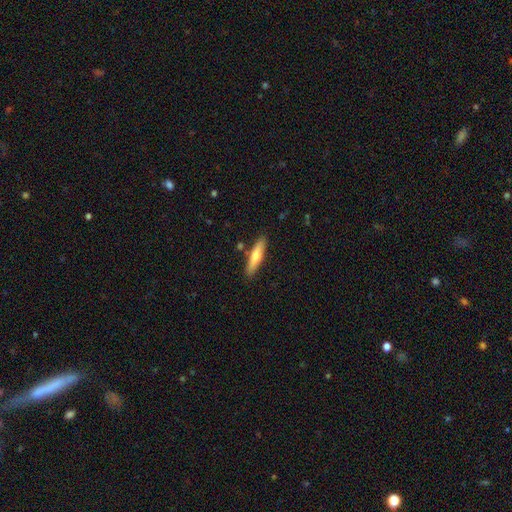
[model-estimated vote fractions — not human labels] Overall: smooth (63%; featured or disk 31%). How rounded: cigar-shaped (81%). Merging: none (85%).